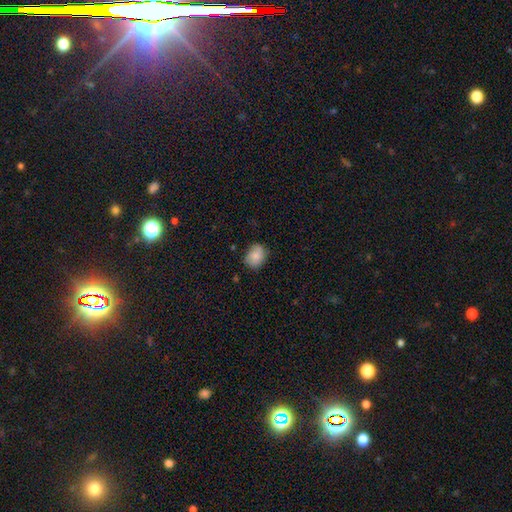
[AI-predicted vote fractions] smooth-or-featured: smooth: 81% | featured or disk: 11% | star or artifact: 8%
  how-rounded: in between: 54% | round: 45% | cigar-shaped: 1%
  merging: none: 73% | minor disturbance: 22% | major disturbance: 4% | merger: 2%